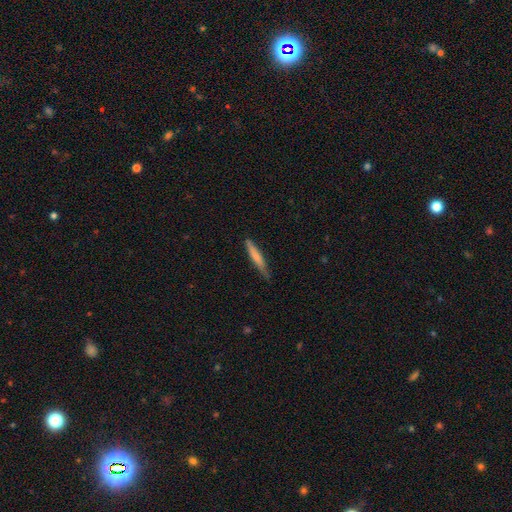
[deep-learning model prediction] A smooth galaxy with no disk features (71%) that is cigar-shaped (94%).

Vote fractions:
- Smooth or featured? smooth: 71% / featured or disk: 23% / star or artifact: 6%
- How rounded? cigar-shaped: 94% / in between: 5% / round: 1%
- Merging? none: 72% / minor disturbance: 22% / major disturbance: 4% / merger: 2%